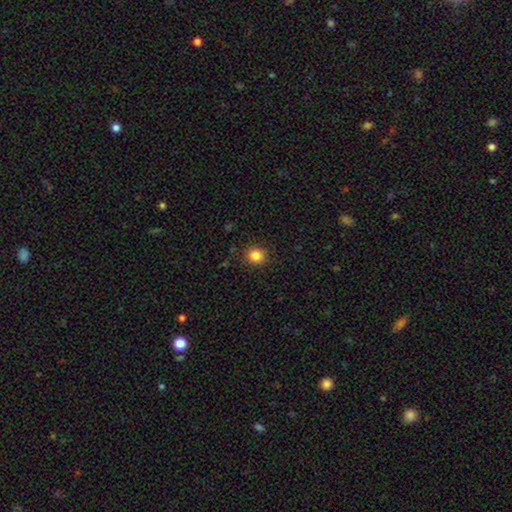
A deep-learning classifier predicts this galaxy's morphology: Smooth or featured: smooth — 85% (star or artifact — 11%)
How rounded: round — 88% (in between — 11%)
Merging: none — 89% (minor disturbance — 7%)